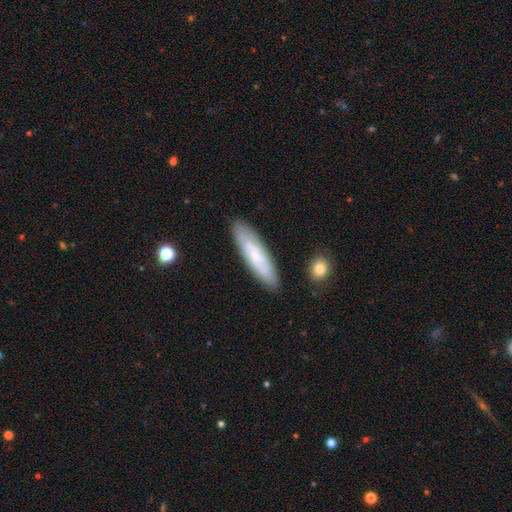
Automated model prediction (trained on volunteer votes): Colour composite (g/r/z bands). It shows a smooth galaxy with no disk features (49%). Merging: none (84%).